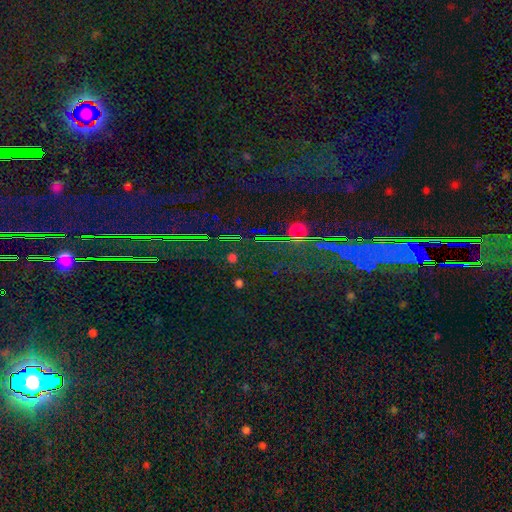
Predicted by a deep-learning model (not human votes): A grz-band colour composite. It shows a star or artifact, not a galaxy (82%).